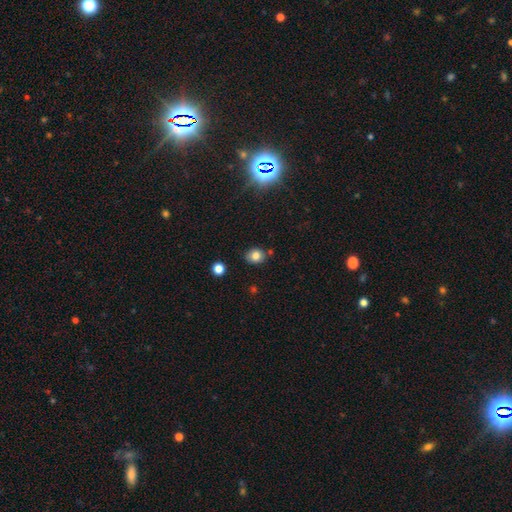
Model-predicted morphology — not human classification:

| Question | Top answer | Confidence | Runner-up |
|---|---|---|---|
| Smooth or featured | smooth | 80% | star or artifact (12%) |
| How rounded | round | 65% | in between (34%) |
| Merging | none | 80% | minor disturbance (13%) |